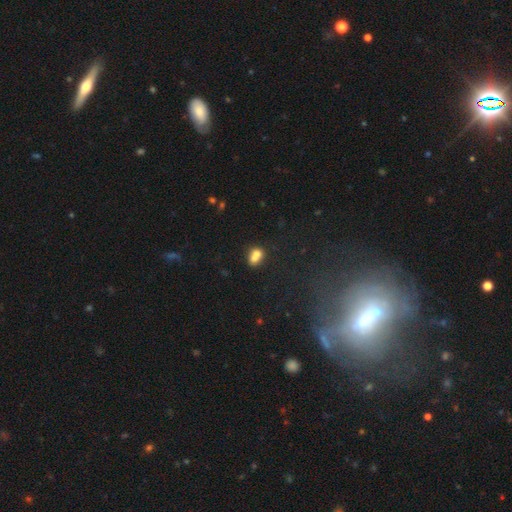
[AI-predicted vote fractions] The model was most divided on "how rounded": in between: 59%, round: 39%, cigar-shaped: 2%. More confident: smooth or featured — smooth (72%); merging — merger (59%).